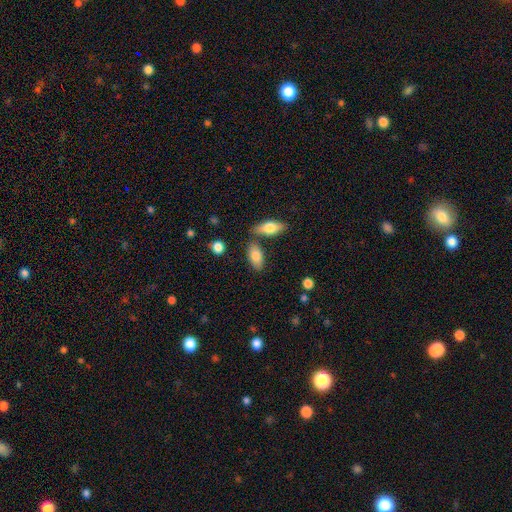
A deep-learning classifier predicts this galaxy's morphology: This is clearly a smooth galaxy (81%). How rounded: clearly in between (91%). Merging: likely none (71%).